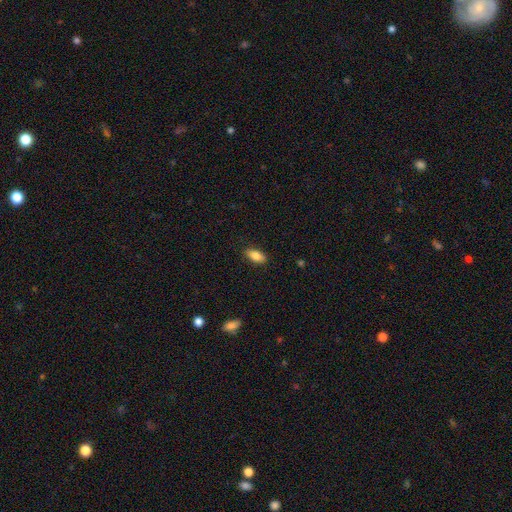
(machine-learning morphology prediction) A smooth galaxy with no disk features (84%) that is in between round and cigar-shaped (87%). Merging: none (88%).